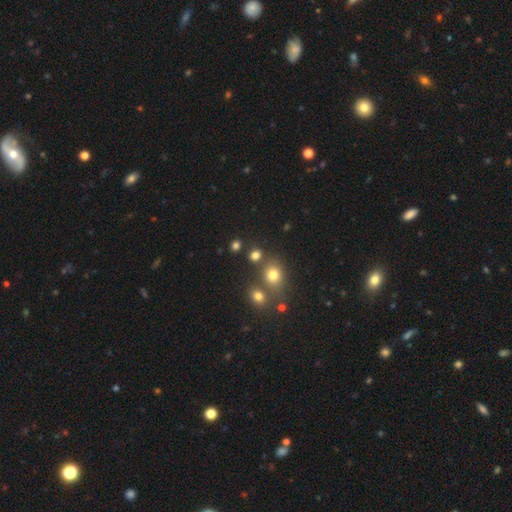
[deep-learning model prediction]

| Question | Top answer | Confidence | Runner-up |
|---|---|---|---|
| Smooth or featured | smooth | 72% | star or artifact (20%) |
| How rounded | round | 70% | in between (28%) |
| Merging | none | 68% | merger (18%) |